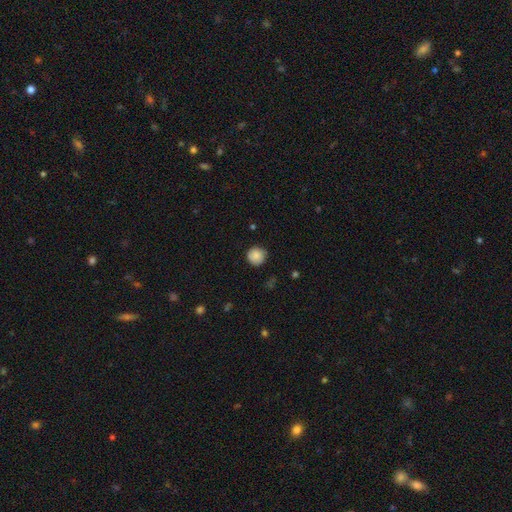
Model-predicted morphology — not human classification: Q: Smooth or featured?
A: smooth (85%); runner-up: star or artifact (8%)
Q: How rounded?
A: round (94%); runner-up: in between (5%)
Q: Merging?
A: none (84%); runner-up: minor disturbance (13%)